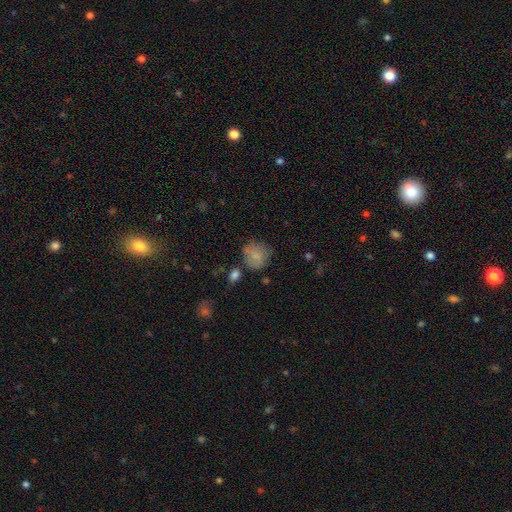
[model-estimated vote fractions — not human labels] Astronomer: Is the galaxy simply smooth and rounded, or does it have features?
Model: smooth — 77%.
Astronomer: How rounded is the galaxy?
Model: round — 78%.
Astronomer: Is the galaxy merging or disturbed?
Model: none — 60%.